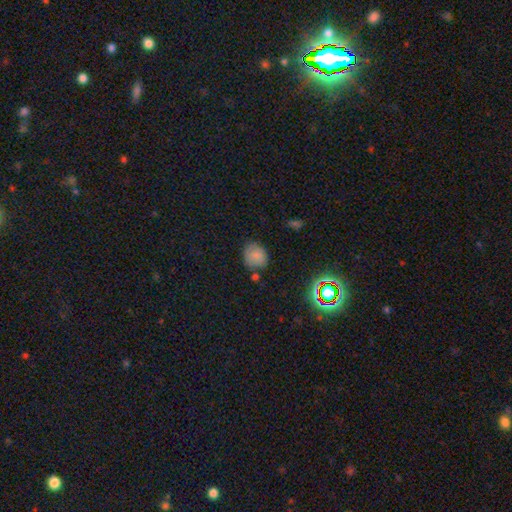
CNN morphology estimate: Smooth or featured: smooth — 79% (star or artifact — 13%)
How rounded: round — 66% (in between — 33%)
Merging: none — 71% (minor disturbance — 20%)